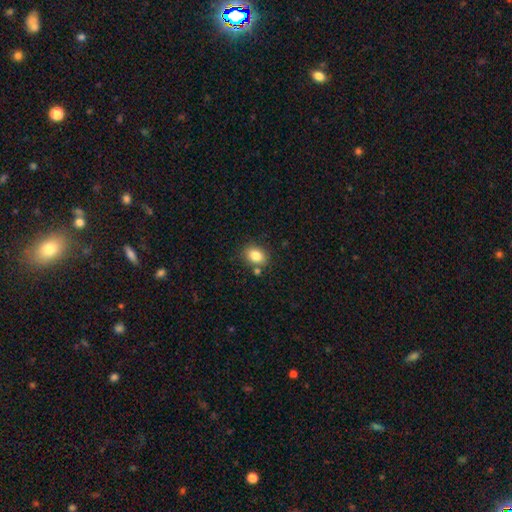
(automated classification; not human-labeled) Q: Smooth or featured?
A: smooth (84%); runner-up: star or artifact (9%)
Q: How rounded?
A: in between (62%); runner-up: round (37%)
Q: Merging?
A: none (74%); runner-up: minor disturbance (13%)